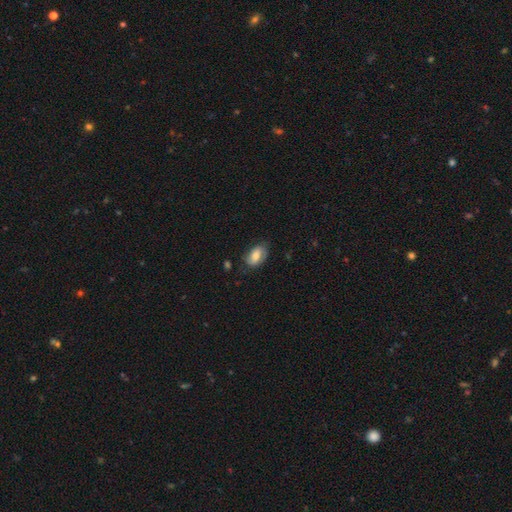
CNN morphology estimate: smooth_or_featured: smooth (p=0.72) [alt: featured or disk p=0.21]
how_rounded: in between (p=0.91) [alt: round p=0.07]
merging: none (p=0.67) [alt: minor disturbance p=0.25]